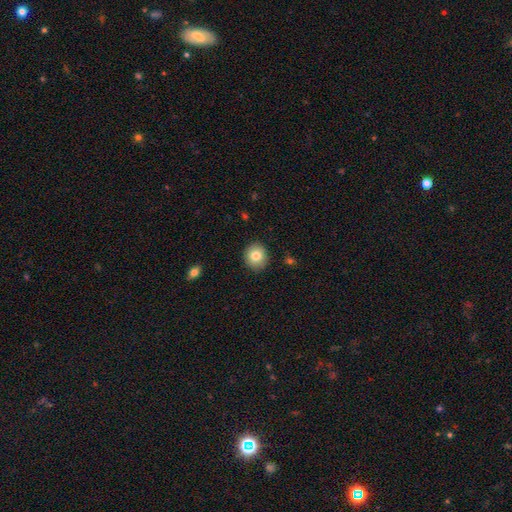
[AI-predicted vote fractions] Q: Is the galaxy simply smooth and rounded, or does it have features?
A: smooth — 81%.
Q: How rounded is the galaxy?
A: round — 78%.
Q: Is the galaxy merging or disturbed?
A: none — 90%.